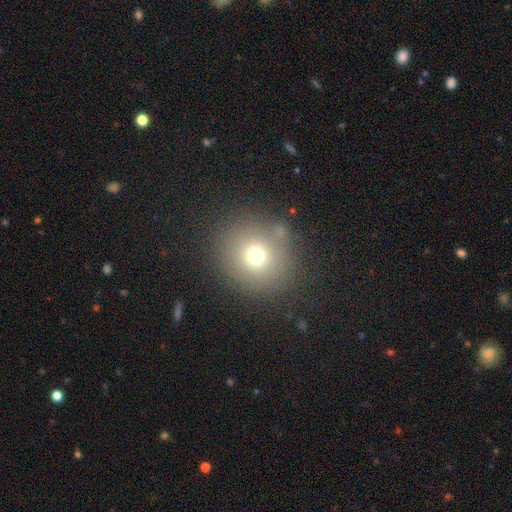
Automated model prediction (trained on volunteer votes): A smooth galaxy with no disk features (71%) that is round (85%). Merging: none (82%).